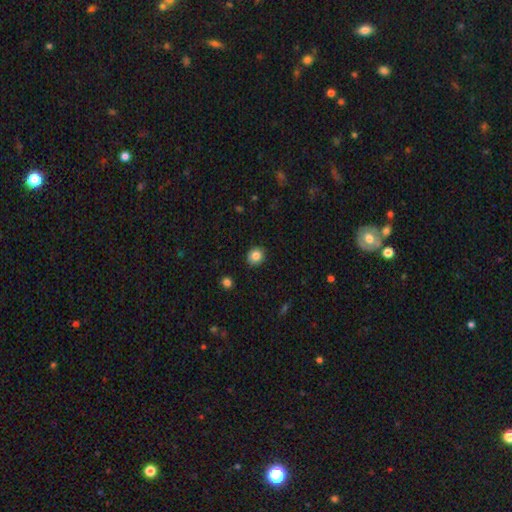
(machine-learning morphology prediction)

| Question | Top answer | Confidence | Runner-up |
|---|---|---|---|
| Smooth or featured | smooth | 83% | star or artifact (10%) |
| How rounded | round | 82% | in between (17%) |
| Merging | none | 91% | minor disturbance (6%) |